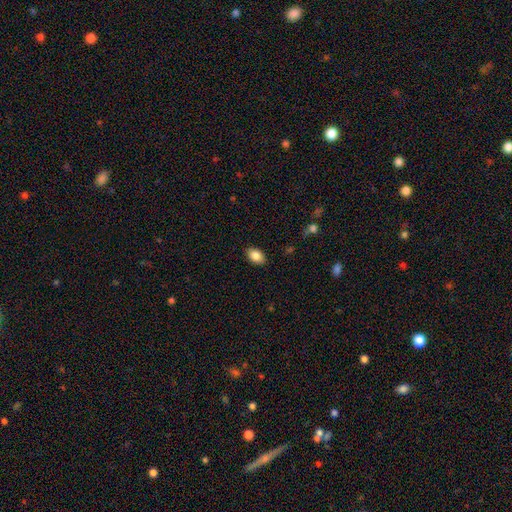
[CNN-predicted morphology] Overall: smooth (87%). How rounded: in between (88%). Merging: none (87%).